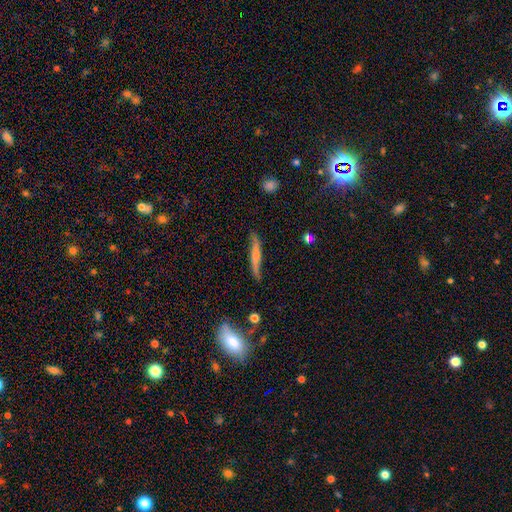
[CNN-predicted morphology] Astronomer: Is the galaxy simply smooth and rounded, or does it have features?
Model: featured or disk — 49% (runner-up: smooth, 44%).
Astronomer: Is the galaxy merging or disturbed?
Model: none — 72%.